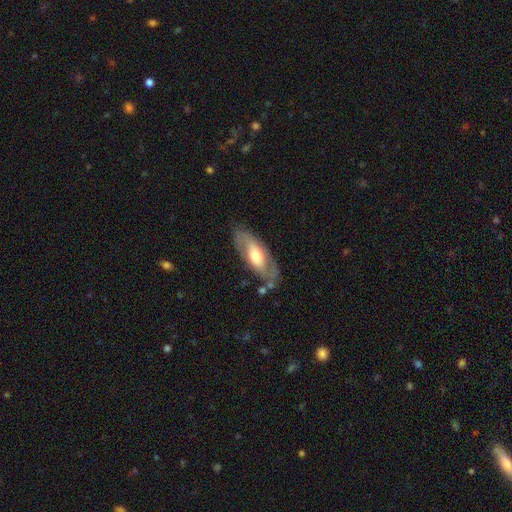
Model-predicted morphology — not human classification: Smooth or featured? Predicted: featured or disk (p=0.59). Edge-on disk? Predicted: no (p=0.84). Merging? Predicted: none (p=0.75).